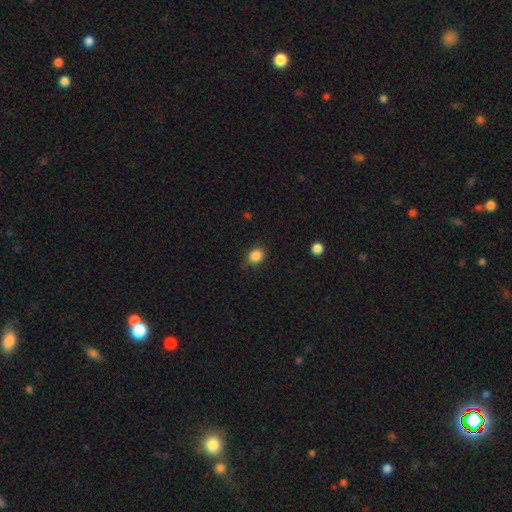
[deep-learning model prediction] A smooth galaxy with no disk features (86%) that is round (63%). Merging: none (77%).